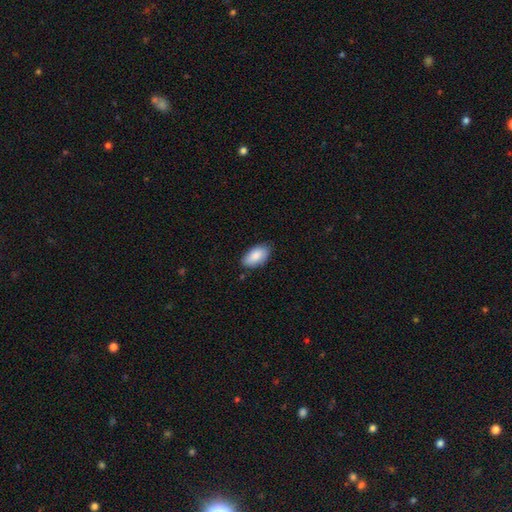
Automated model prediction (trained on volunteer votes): A smooth galaxy with no disk features (87%) that is in between round and cigar-shaped (94%). Merging: none (81%).